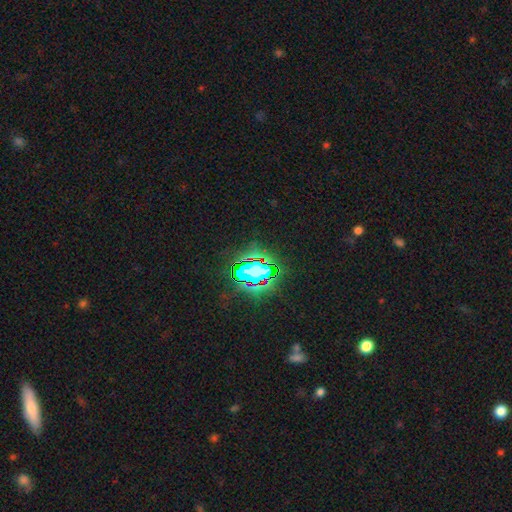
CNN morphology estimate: Q: Smooth or featured?
A: star or artifact (81%); runner-up: smooth (12%)